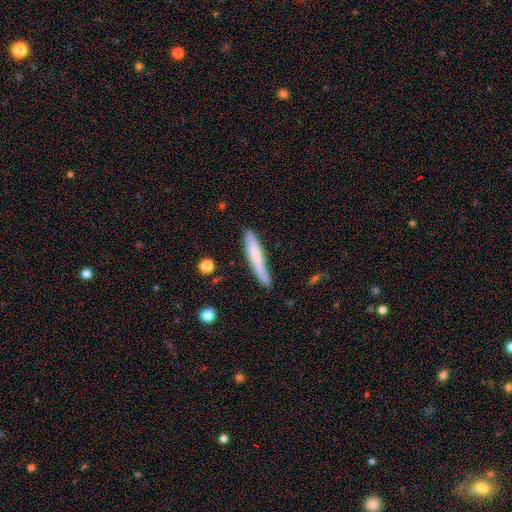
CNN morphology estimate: Smooth or featured? smooth (67%)
How rounded? cigar-shaped (92%)
Merging? none (71%)